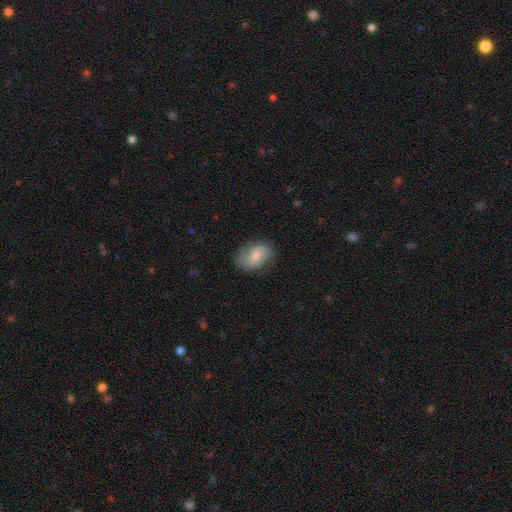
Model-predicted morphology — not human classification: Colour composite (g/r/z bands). It shows a smooth galaxy with no disk features (58%) that is in between round and cigar-shaped (78%). Merging: none (70%).